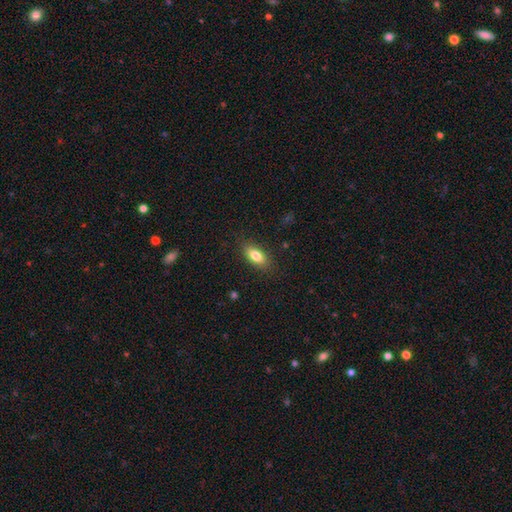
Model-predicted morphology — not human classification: smooth-or-featured: smooth: 81% | featured or disk: 11% | star or artifact: 7%
  how-rounded: in between: 85% | cigar-shaped: 11% | round: 4%
  merging: none: 85% | minor disturbance: 11% | major disturbance: 3% | merger: 1%